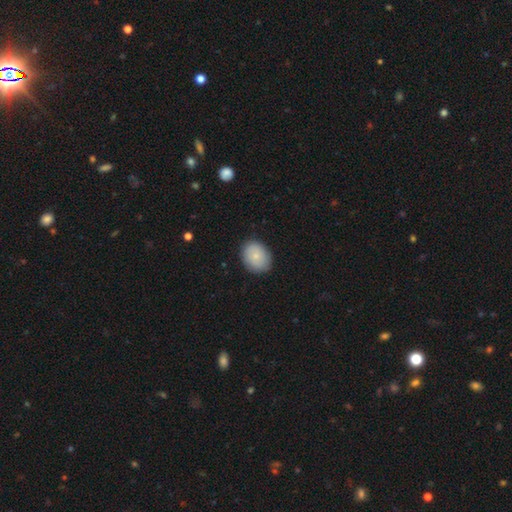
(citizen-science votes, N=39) Smooth or featured? smooth (67%)
How rounded? round (58%)
Merging? none (87%)